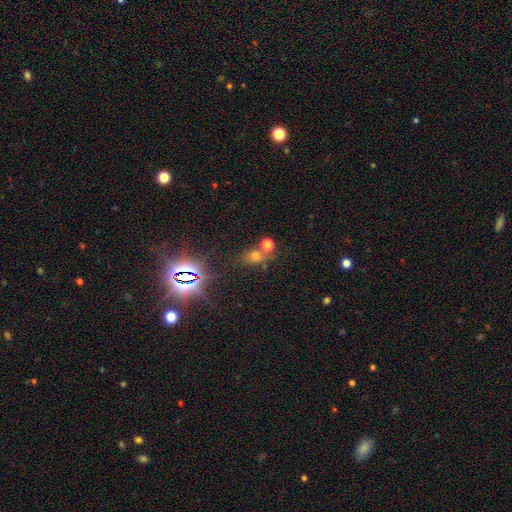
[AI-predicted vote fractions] smooth-or-featured: star or artifact: 55% | smooth: 34% | featured or disk: 11%